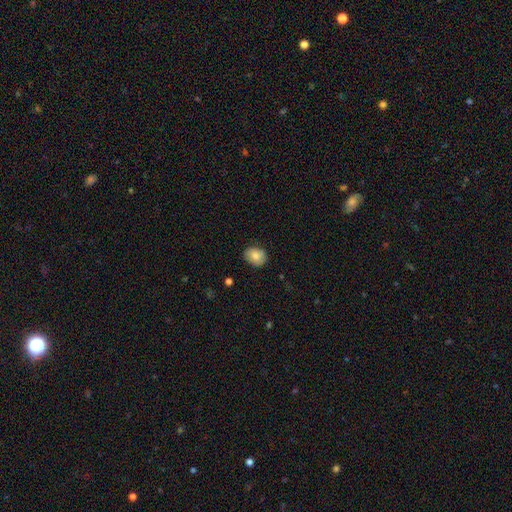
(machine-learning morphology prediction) Overall: smooth (82%). How rounded: in between (51%; round 48%). Merging: none (80%).